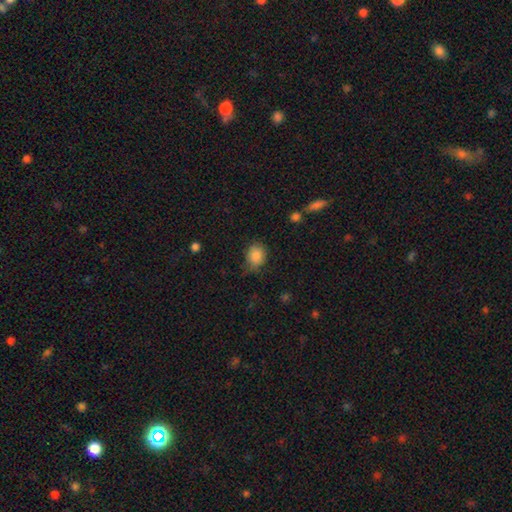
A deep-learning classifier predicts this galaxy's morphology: smooth 86%, star or artifact 9%, featured or disk 5%. Down the decision tree: how rounded — round (53%); merging — none (65%).